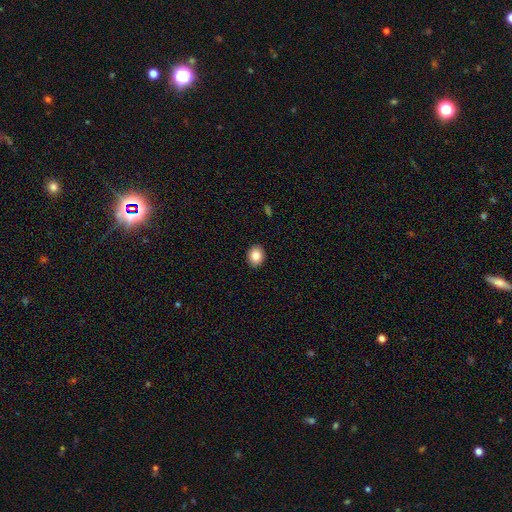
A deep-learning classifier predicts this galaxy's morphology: This appears to be a smooth galaxy with no disk features (85%) that is round (52%). Merging: none (91%).